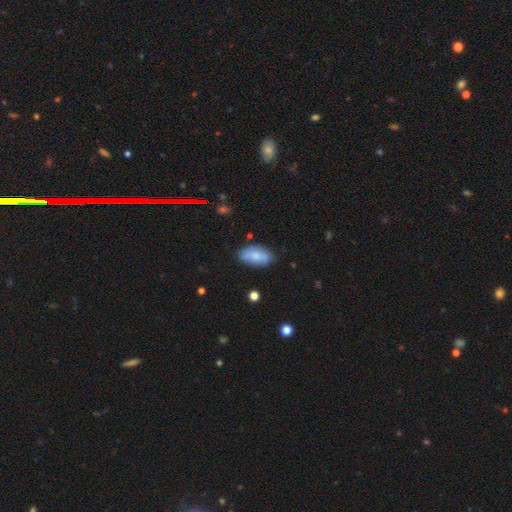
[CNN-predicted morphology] type=smooth (70%); roundness=in between (92%); merging=none (73%).